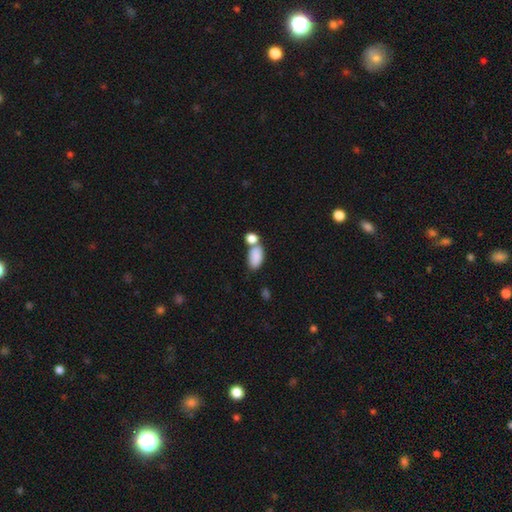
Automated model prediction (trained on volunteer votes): A smooth galaxy with no disk features (85%) that is in between round and cigar-shaped (92%).

Vote fractions:
- Smooth or featured? smooth: 85% / star or artifact: 8% / featured or disk: 7%
- How rounded? in between: 92% / round: 5% / cigar-shaped: 2%
- Merging? none: 44% / merger: 38% / minor disturbance: 13% / major disturbance: 5%